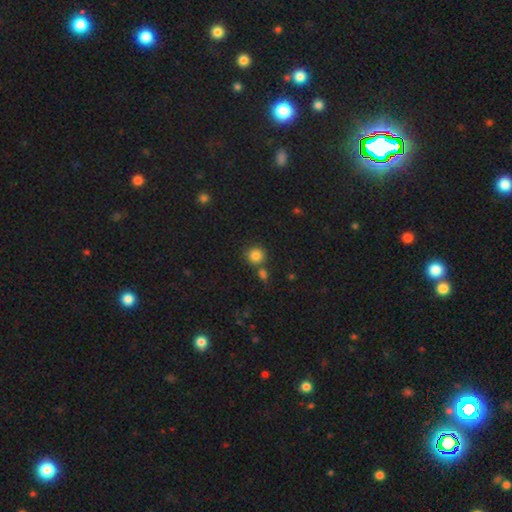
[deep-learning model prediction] A smooth galaxy with no disk features (84%) that is round (89%). Merging: none (69%).